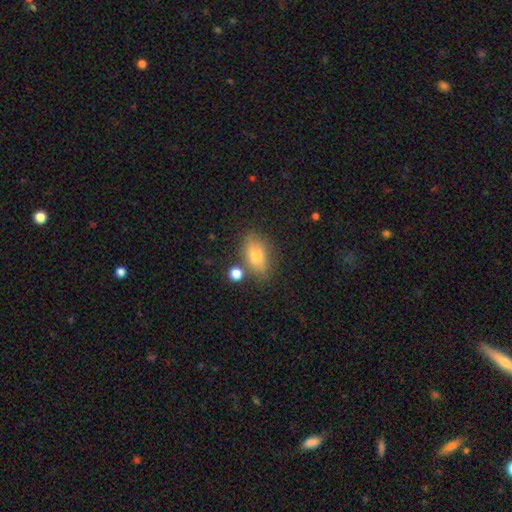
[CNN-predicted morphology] This appears to be a smooth galaxy with no disk features (75%) that is in between round and cigar-shaped (85%). Merging: none (70%).